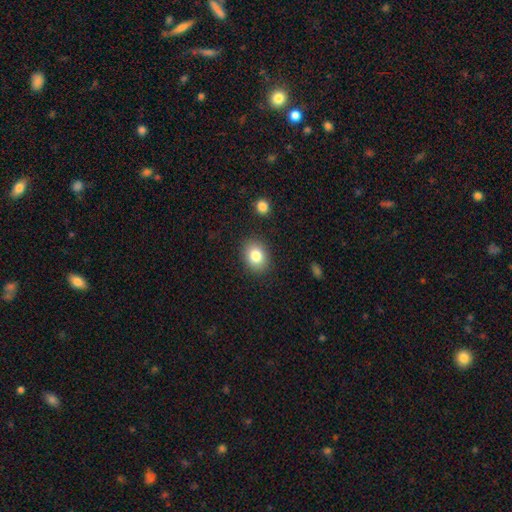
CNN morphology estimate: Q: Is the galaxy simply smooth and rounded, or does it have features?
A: smooth — 81%.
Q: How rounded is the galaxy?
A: in between — 52%.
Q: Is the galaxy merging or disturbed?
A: none — 87%.